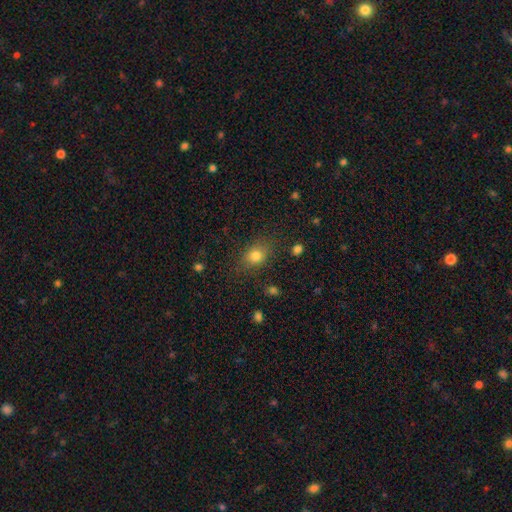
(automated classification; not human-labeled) A smooth galaxy with no disk features (80%) that is in between round and cigar-shaped (59%). Merging: none (78%).